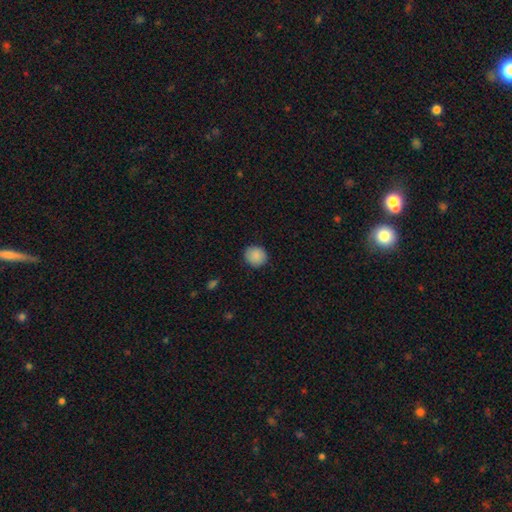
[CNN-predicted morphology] This is clearly a smooth galaxy (89%). How rounded: clearly round (84%). Merging: clearly none (88%).